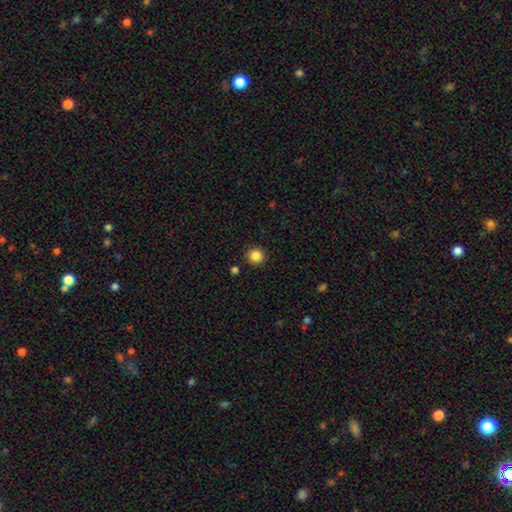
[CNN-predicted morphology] smooth_or_featured: smooth (p=0.86) [alt: star or artifact p=0.10]
how_rounded: round (p=0.94) [alt: in between p=0.05]
merging: none (p=0.91) [alt: minor disturbance p=0.05]